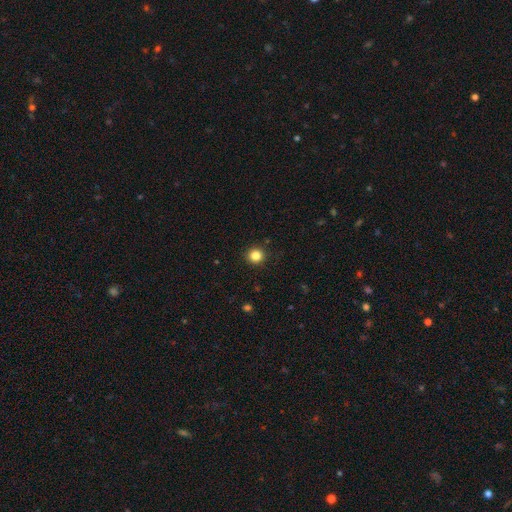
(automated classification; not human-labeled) Q: Smooth or featured?
A: smooth (84%); runner-up: star or artifact (12%)
Q: How rounded?
A: round (93%); runner-up: in between (6%)
Q: Merging?
A: none (91%); runner-up: minor disturbance (6%)